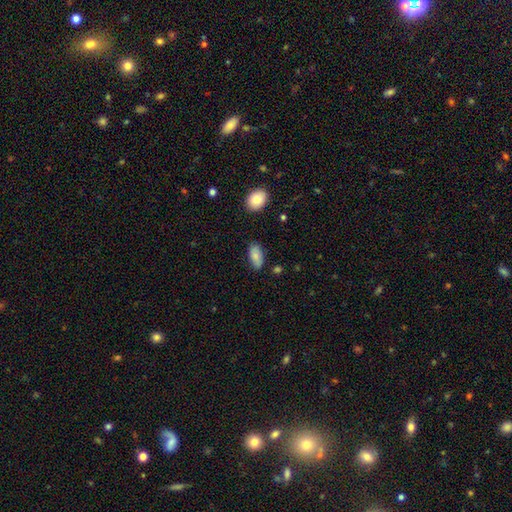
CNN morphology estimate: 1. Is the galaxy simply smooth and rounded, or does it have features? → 85% smooth, 8% featured or disk, 7% star or artifact.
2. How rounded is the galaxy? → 91% in between, 7% cigar-shaped, 3% round.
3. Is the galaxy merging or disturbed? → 82% none, 13% minor disturbance, 2% major disturbance, 2% merger.